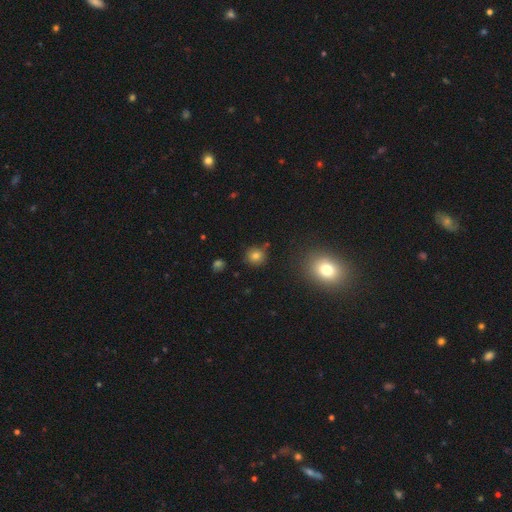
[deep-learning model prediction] Q: Smooth or featured?
A: smooth (77%); runner-up: star or artifact (16%)
Q: How rounded?
A: round (90%); runner-up: in between (9%)
Q: Merging?
A: none (82%); runner-up: minor disturbance (11%)